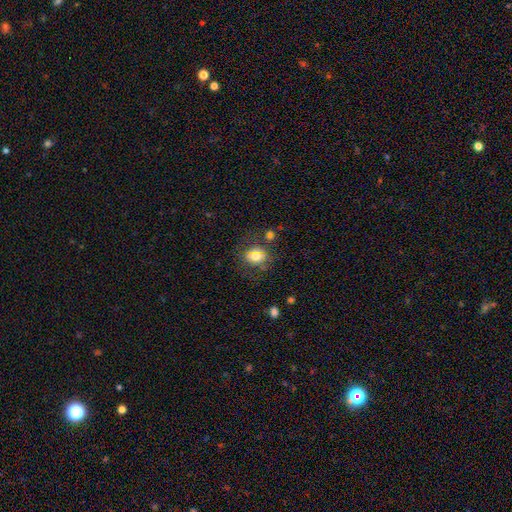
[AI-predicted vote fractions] Smooth or featured?
  - smooth: 70% *
  - featured or disk: 17%
  - star or artifact: 13%
How rounded?
  - round: 53% *
  - in between: 45%
  - cigar-shaped: 1%
Merging?
  - none: 68% *
  - minor disturbance: 17%
  - merger: 8%
  - major disturbance: 7%